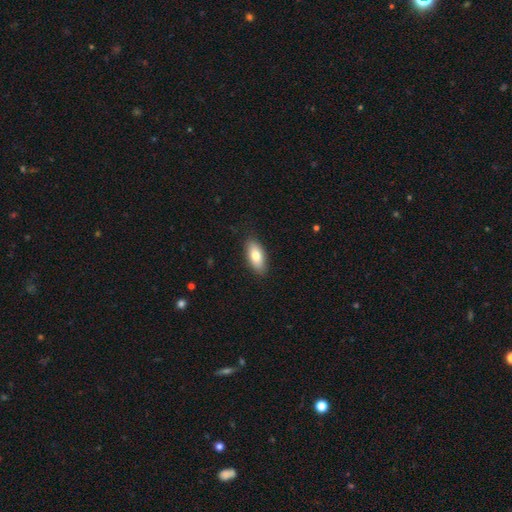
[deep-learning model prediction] smooth 78%, featured or disk 15%, star or artifact 6%. Down the decision tree: how rounded — in between (85%); merging — none (87%).